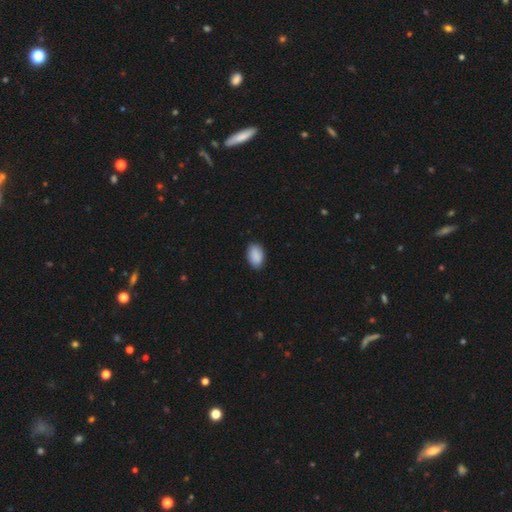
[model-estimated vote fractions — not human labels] Morphology: type=smooth (90%); roundness=in between (90%); merging=none (85%).